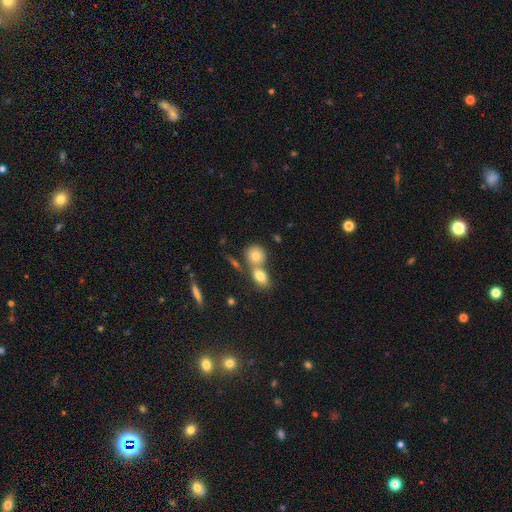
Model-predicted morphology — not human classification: Smooth or featured: smooth — 77% (featured or disk — 14%)
How rounded: round — 66% (in between — 32%)
Merging: merger — 50% (none — 38%)